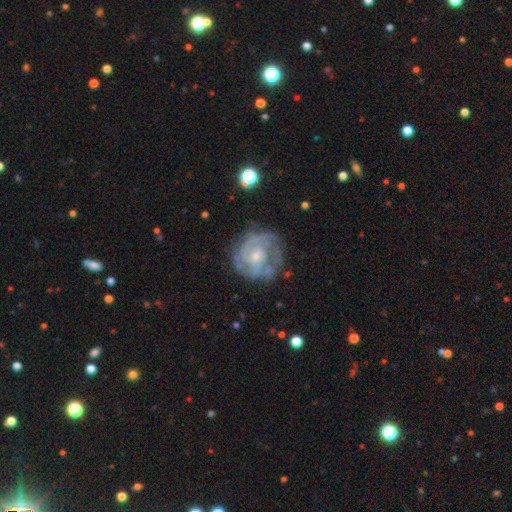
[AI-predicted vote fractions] This appears to be a featured or disk galaxy (82%) with no bar (59%), tight (61%) spiral arms (89%) and a small central bulge (49%). Merging: none (71%).